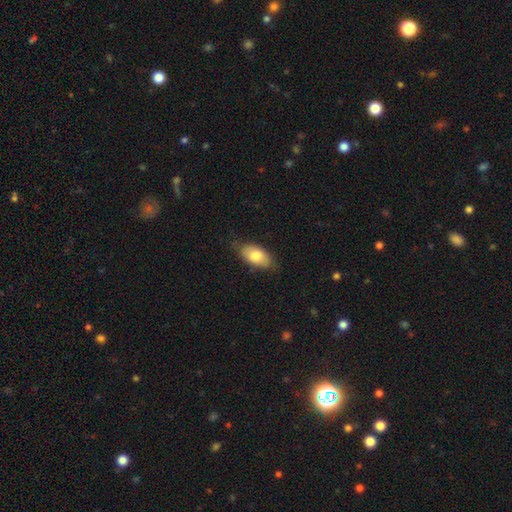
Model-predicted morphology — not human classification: A smooth galaxy with no disk features (78%) that is in between round and cigar-shaped (92%).

Vote fractions:
- Smooth or featured? smooth: 78% / featured or disk: 16% / star or artifact: 6%
- How rounded? in between: 92% / cigar-shaped: 4% / round: 4%
- Merging? none: 75% / minor disturbance: 20% / major disturbance: 4% / merger: 1%